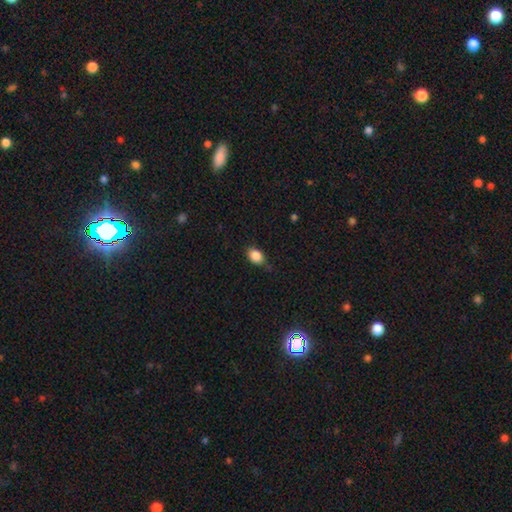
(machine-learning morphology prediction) A smooth galaxy with no disk features (86%) that is in between round and cigar-shaped (72%).

Vote fractions:
- Smooth or featured? smooth: 86% / star or artifact: 9% / featured or disk: 5%
- How rounded? in between: 72% / round: 27% / cigar-shaped: 1%
- Merging? none: 74% / minor disturbance: 21% / major disturbance: 4% / merger: 2%